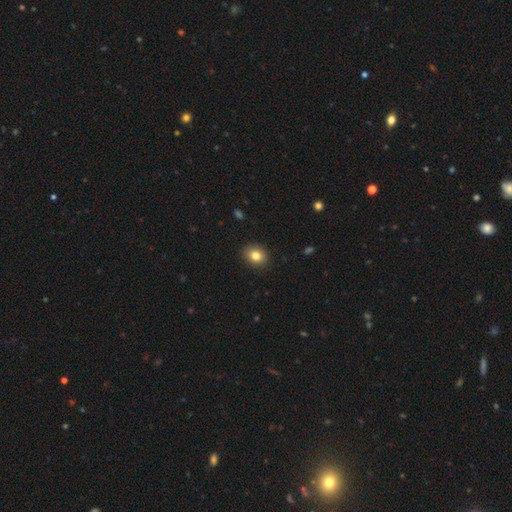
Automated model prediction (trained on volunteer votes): This appears to be a smooth galaxy with no disk features (82%) that is round (55%). Merging: none (90%).